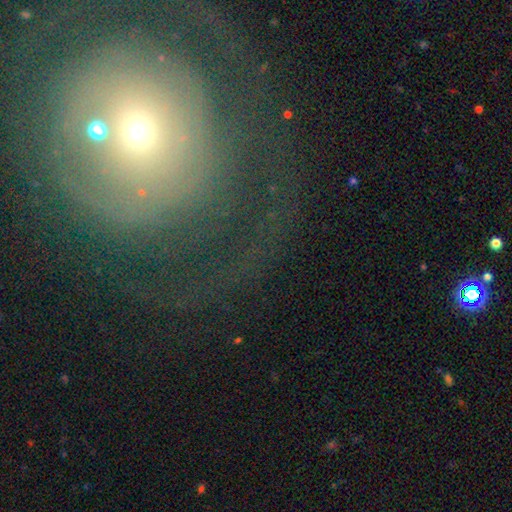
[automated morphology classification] Smooth or featured: featured or disk — 54% (smooth — 25%)
Edge-on disk: no — 93% (yes — 7%)
Bar: no — 72% (weak — 18%)
Spiral arms: yes — 55% (no — 45%)
Bulge size: small — 55% (moderate — 34%)
Merging: none — 50% (major disturbance — 31%)